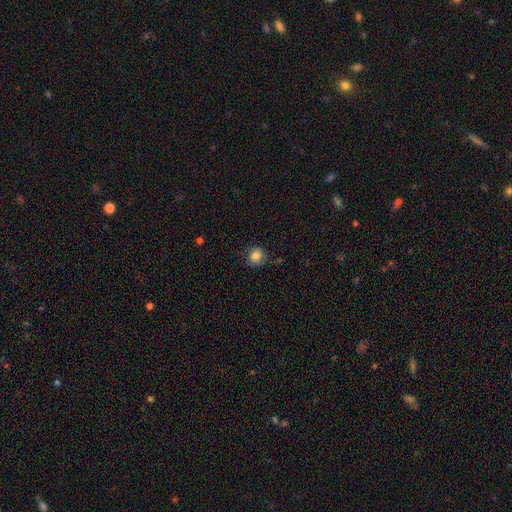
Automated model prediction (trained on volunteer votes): Smooth or featured? smooth (83%)
How rounded? round (89%)
Merging? none (78%)